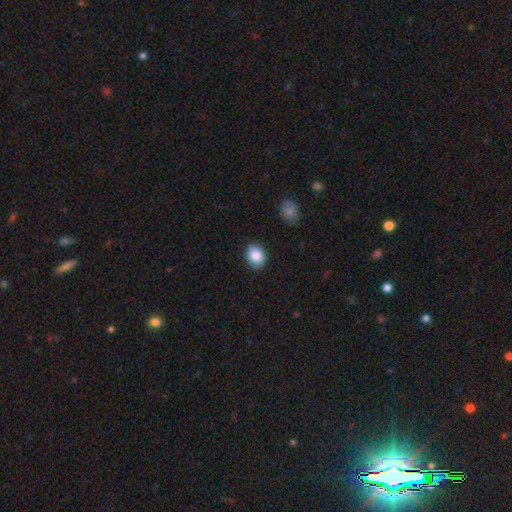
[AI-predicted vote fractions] Morphology: type=smooth (88%); roundness=in between (67%); merging=none (85%).